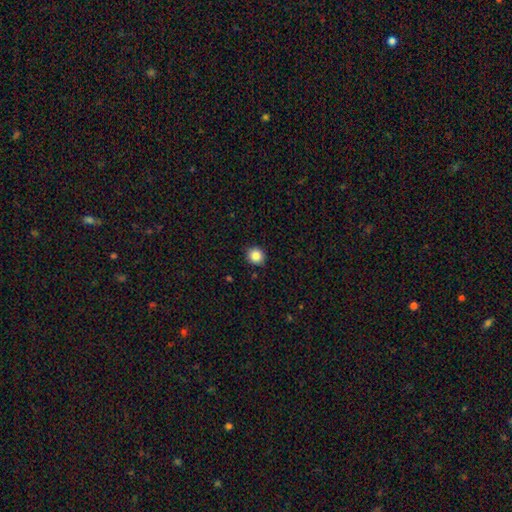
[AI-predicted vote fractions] smooth 86%, star or artifact 10%, featured or disk 4%. Down the decision tree: how rounded — round (90%); merging — none (91%).